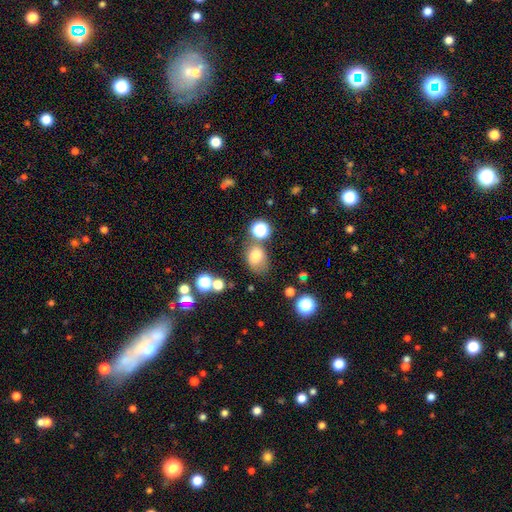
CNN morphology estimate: Smooth or featured? smooth (75%)
How rounded? in between (68%)
Merging? none (53%)